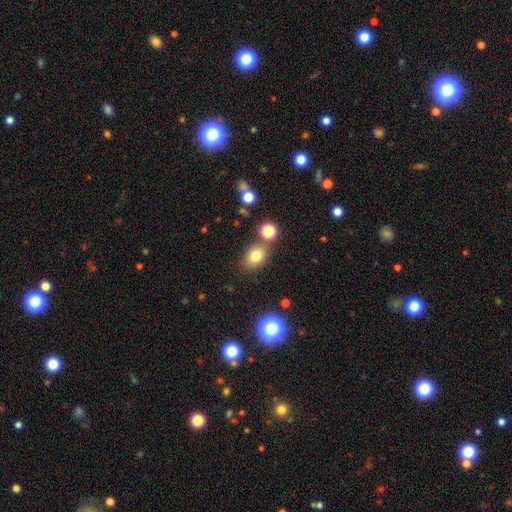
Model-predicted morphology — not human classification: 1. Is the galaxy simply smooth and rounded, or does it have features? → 77% smooth, 14% star or artifact, 9% featured or disk.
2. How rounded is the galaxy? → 56% in between, 42% round, 1% cigar-shaped.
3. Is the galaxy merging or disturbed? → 73% none, 12% minor disturbance, 11% merger, 4% major disturbance.